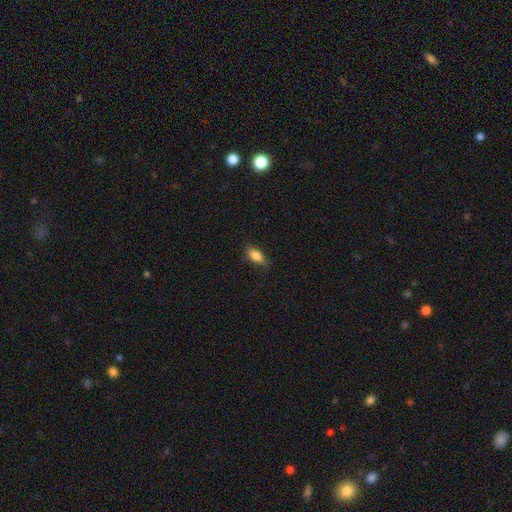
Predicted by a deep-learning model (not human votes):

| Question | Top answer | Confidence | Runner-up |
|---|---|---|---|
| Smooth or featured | smooth | 77% | featured or disk (15%) |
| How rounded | in between | 79% | cigar-shaped (16%) |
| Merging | none | 76% | minor disturbance (19%) |